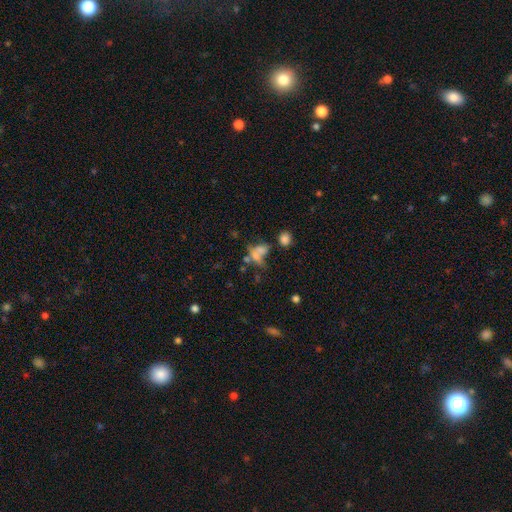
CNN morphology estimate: type=smooth (42%); merging=none (36%).